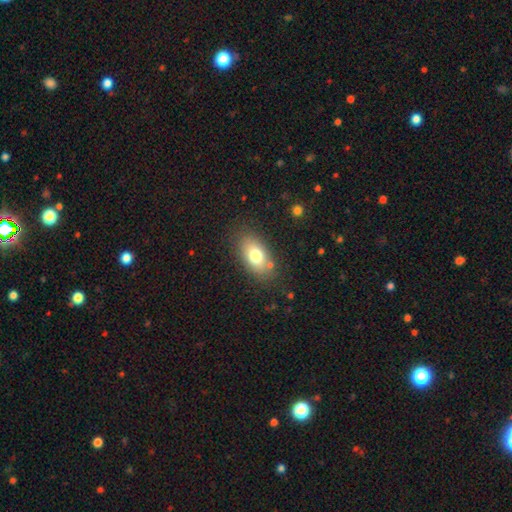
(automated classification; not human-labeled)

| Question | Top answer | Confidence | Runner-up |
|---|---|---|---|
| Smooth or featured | smooth | 74% | featured or disk (16%) |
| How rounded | in between | 89% | round (8%) |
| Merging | none | 80% | minor disturbance (13%) |